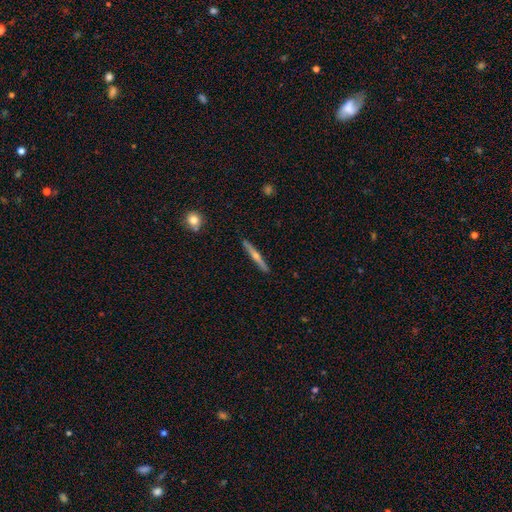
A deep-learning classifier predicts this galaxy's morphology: smooth-or-featured: featured or disk: 70% | smooth: 24% | star or artifact: 6%
  disk-edge-on: yes: 98% | no: 2%
    edge-on-bulge: rounded: 86% | none: 10% | boxy: 4%
  merging: none: 91% | minor disturbance: 6% | major disturbance: 1% | merger: 1%